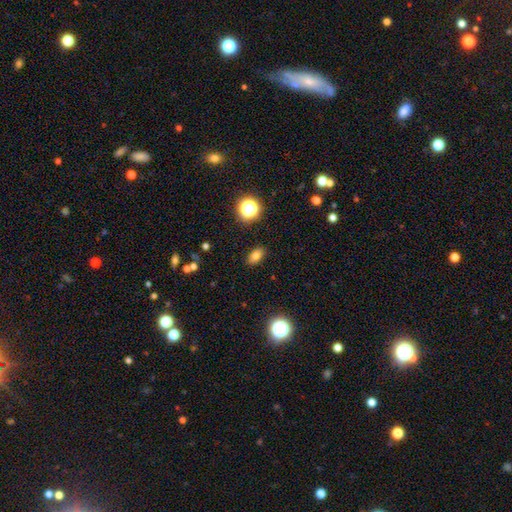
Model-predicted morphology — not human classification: smooth-or-featured: smooth: 78% | star or artifact: 14% | featured or disk: 8%
  how-rounded: in between: 83% | round: 14% | cigar-shaped: 3%
  merging: none: 88% | minor disturbance: 8% | major disturbance: 2% | merger: 1%